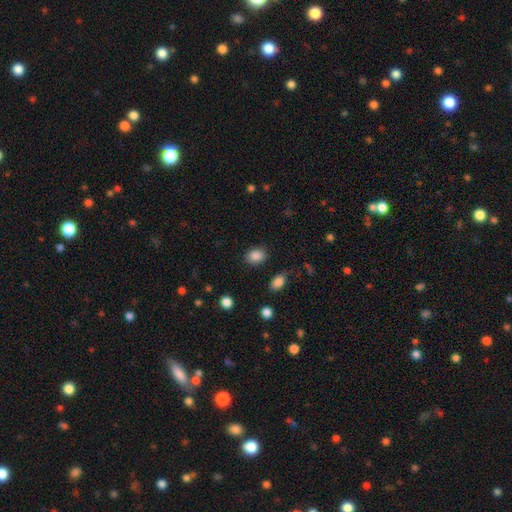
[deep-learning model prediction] Overall: smooth (87%). How rounded: in between (65%; round 34%). Merging: none (84%).